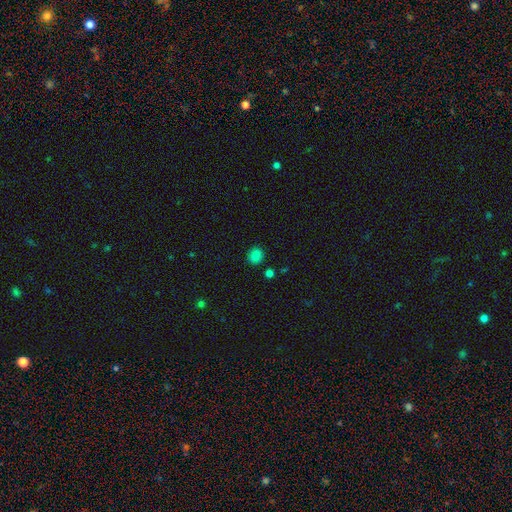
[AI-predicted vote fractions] Smooth or featured?
  - smooth: 83% *
  - star or artifact: 13%
  - featured or disk: 4%
How rounded?
  - round: 78% *
  - in between: 21%
  - cigar-shaped: 1%
Merging?
  - none: 87% *
  - minor disturbance: 8%
  - merger: 2%
  - major disturbance: 2%